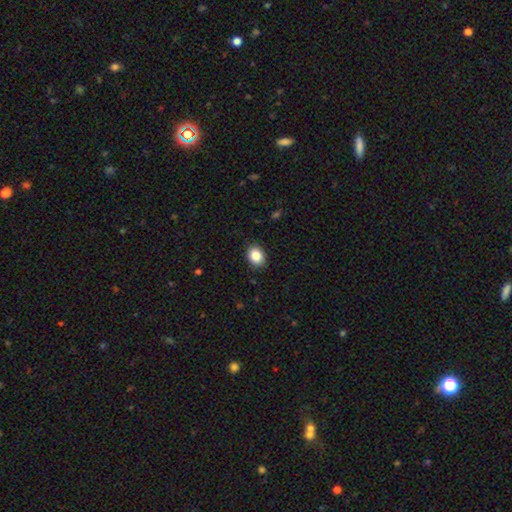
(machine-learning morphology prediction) A smooth galaxy with no disk features (87%) that is in between round and cigar-shaped (61%).

Vote fractions:
- Smooth or featured? smooth: 87% / star or artifact: 9% / featured or disk: 5%
- How rounded? in between: 61% / round: 38% / cigar-shaped: 1%
- Merging? none: 88% / minor disturbance: 9% / major disturbance: 2% / merger: 1%